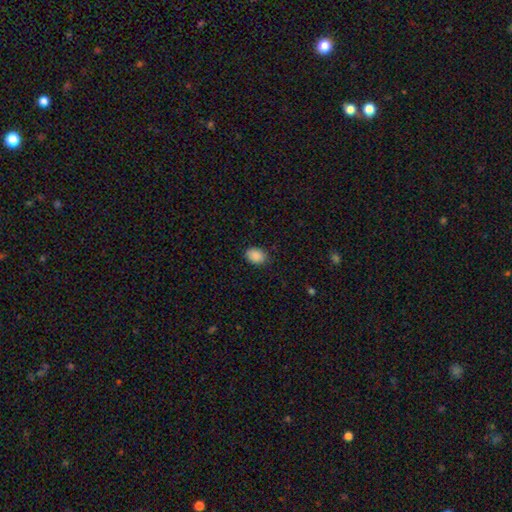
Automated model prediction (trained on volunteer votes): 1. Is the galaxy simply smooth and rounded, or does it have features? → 89% smooth, 8% star or artifact, 3% featured or disk.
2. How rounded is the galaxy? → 73% in between, 26% round, 1% cigar-shaped.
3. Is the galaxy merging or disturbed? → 85% none, 12% minor disturbance, 3% major disturbance, 1% merger.